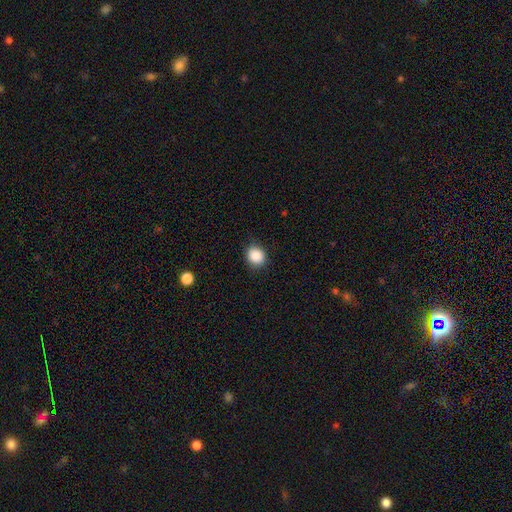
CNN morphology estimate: smooth 88%, star or artifact 9%, featured or disk 3%. Down the decision tree: how rounded — round (76%); merging — none (85%).